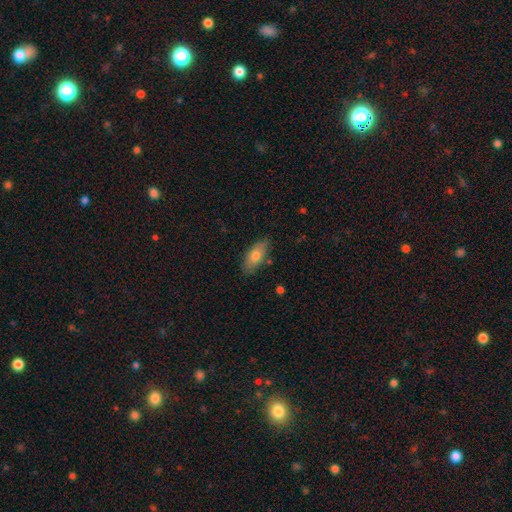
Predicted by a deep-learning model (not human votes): Smooth or featured?
  - smooth: 72% *
  - featured or disk: 21%
  - star or artifact: 7%
How rounded?
  - in between: 84% *
  - cigar-shaped: 13%
  - round: 3%
Merging?
  - none: 81% *
  - minor disturbance: 14%
  - major disturbance: 3%
  - merger: 2%